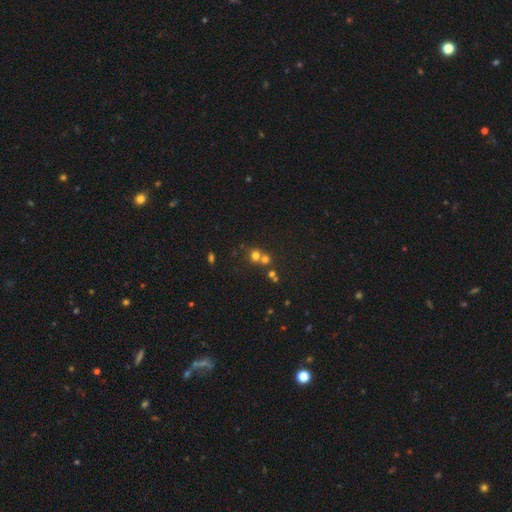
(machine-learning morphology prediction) The model was most divided on "merging": merger: 48%, none: 43%, minor disturbance: 6%, major disturbance: 3%. More confident: how rounded — round (84%); smooth or featured — smooth (65%).